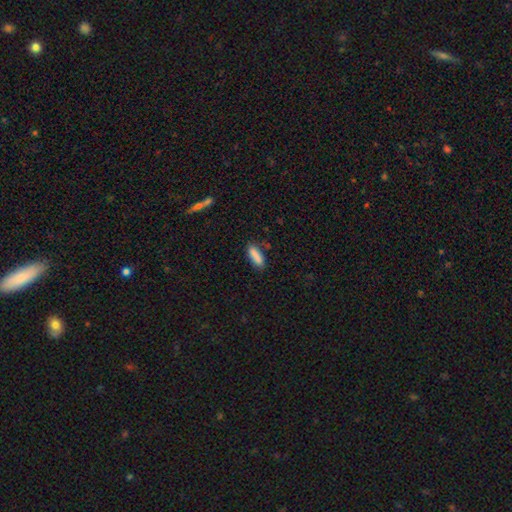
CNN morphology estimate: smooth_or_featured: smooth (p=0.87) [alt: star or artifact p=0.07]
how_rounded: in between (p=0.57) [alt: cigar-shaped p=0.41]
merging: none (p=0.79) [alt: minor disturbance p=0.15]